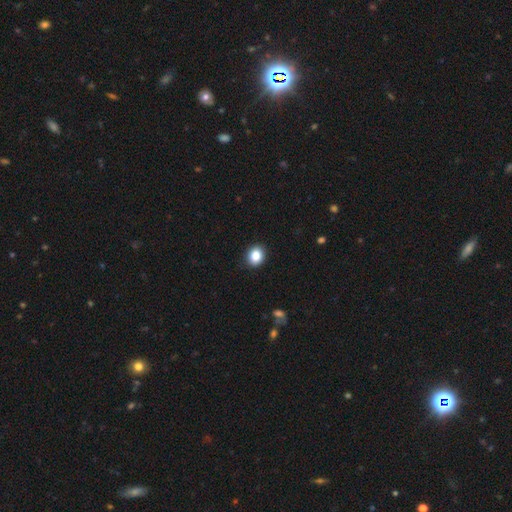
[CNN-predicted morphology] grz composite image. It shows a smooth galaxy with no disk features (85%) that is round (61%). Merging: none (91%).